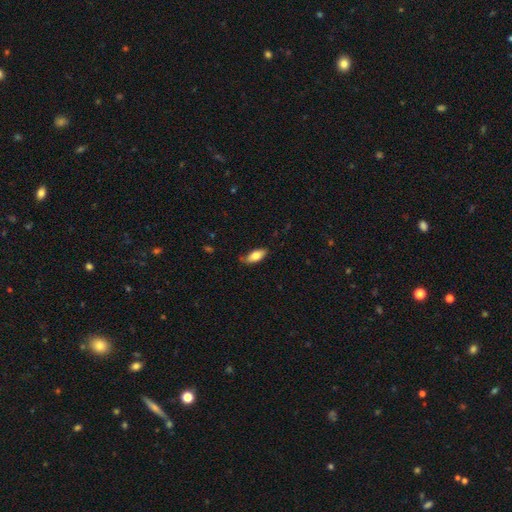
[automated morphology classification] Smooth or featured?
  - smooth: 77% *
  - featured or disk: 17%
  - star or artifact: 6%
How rounded?
  - in between: 83% *
  - cigar-shaped: 15%
  - round: 2%
Merging?
  - none: 77% *
  - minor disturbance: 19%
  - major disturbance: 3%
  - merger: 2%